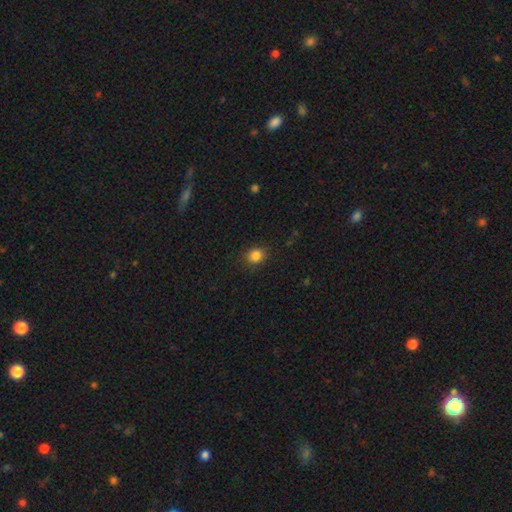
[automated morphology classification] This appears to be a smooth galaxy with no disk features (85%) that is round (72%). Merging: none (87%).